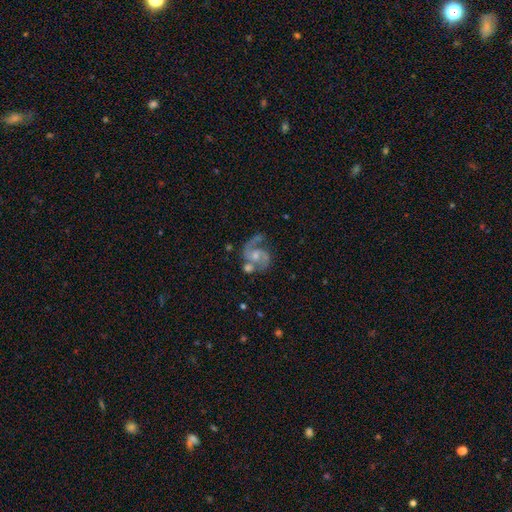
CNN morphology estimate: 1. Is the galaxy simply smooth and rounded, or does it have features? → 87% featured or disk, 7% smooth, 6% star or artifact.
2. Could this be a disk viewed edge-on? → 98% no, 2% yes.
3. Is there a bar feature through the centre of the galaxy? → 59% no, 34% weak, 7% strong.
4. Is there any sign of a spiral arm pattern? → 97% yes, 3% no.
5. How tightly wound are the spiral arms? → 59% medium, 25% loose, 16% tight.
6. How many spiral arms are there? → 87% 2, 6% 1, 3% can't tell, 2% 3, 1% 4, 1% more than 4.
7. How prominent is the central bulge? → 48% small, 42% moderate, 6% none, 3% large, 1% dominant.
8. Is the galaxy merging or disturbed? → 50% none, 19% merger, 18% minor disturbance, 13% major disturbance.